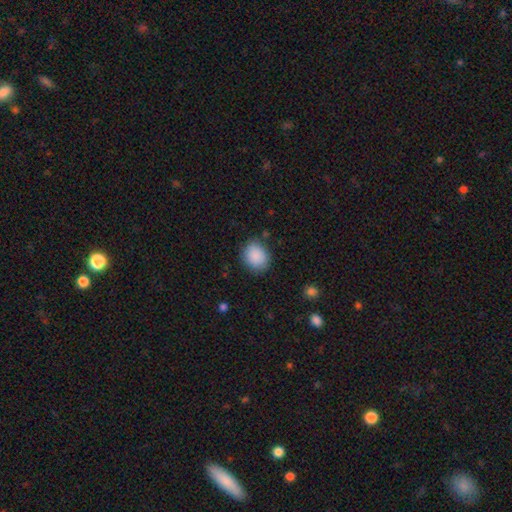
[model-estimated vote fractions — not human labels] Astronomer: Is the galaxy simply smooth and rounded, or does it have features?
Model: smooth — 88%.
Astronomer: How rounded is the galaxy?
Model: round — 57% (runner-up: in between, 42%).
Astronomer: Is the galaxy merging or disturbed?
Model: none — 82%.